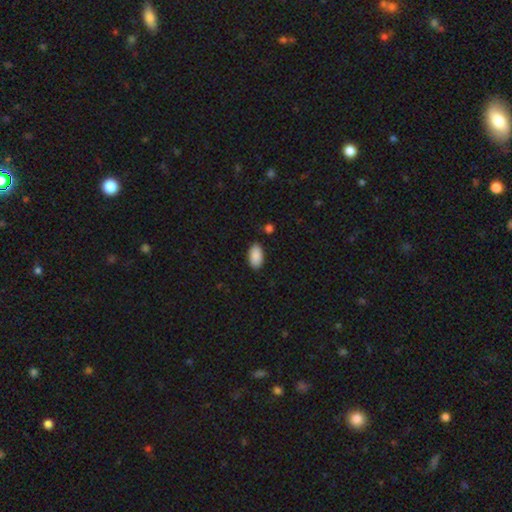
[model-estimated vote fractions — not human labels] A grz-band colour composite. It shows a smooth galaxy with no disk features (90%) that is in between round and cigar-shaped (95%). Merging: none (86%).